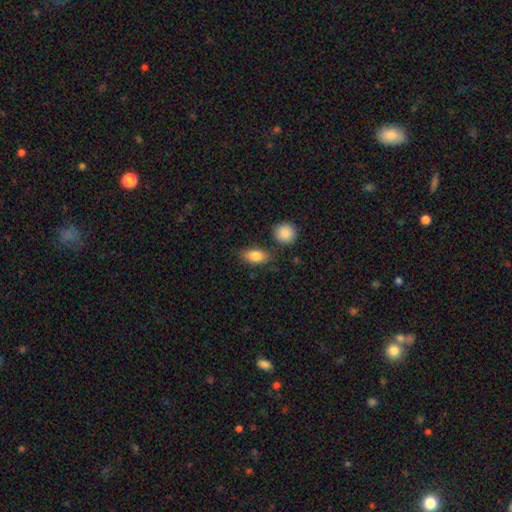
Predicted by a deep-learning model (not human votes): Overall: smooth (83%). How rounded: in between (85%). Merging: none (76%).